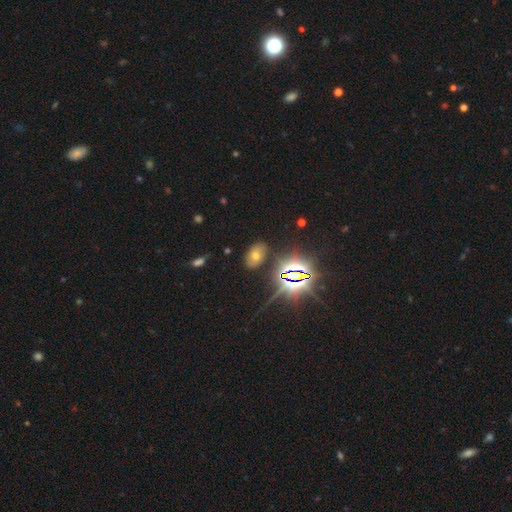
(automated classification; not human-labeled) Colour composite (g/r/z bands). It shows a smooth galaxy with no disk features (45%). Merging: none (84%).